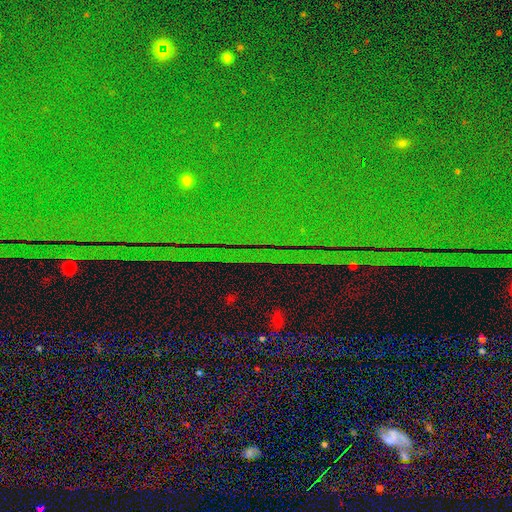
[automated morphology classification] smooth-or-featured: star or artifact: 86% | featured or disk: 7% | smooth: 7%